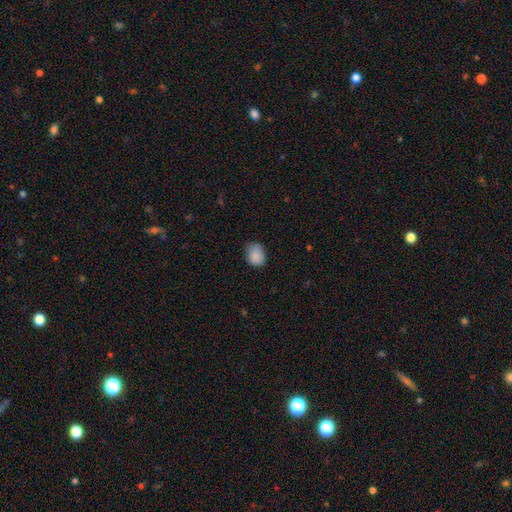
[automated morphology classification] Smooth or featured?
  - smooth: 87% *
  - star or artifact: 8%
  - featured or disk: 5%
How rounded?
  - in between: 58% *
  - round: 41%
  - cigar-shaped: 1%
Merging?
  - none: 63% *
  - minor disturbance: 30%
  - major disturbance: 6%
  - merger: 1%